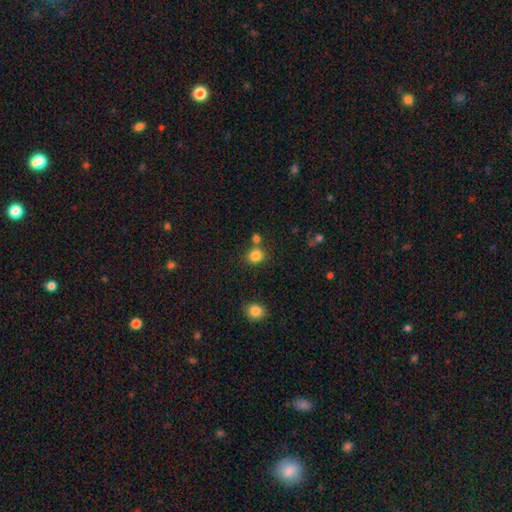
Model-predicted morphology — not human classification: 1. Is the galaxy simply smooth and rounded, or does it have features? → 83% smooth, 12% star or artifact, 5% featured or disk.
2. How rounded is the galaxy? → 85% round, 14% in between, 1% cigar-shaped.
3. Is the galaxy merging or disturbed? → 72% none, 16% merger, 9% minor disturbance, 3% major disturbance.